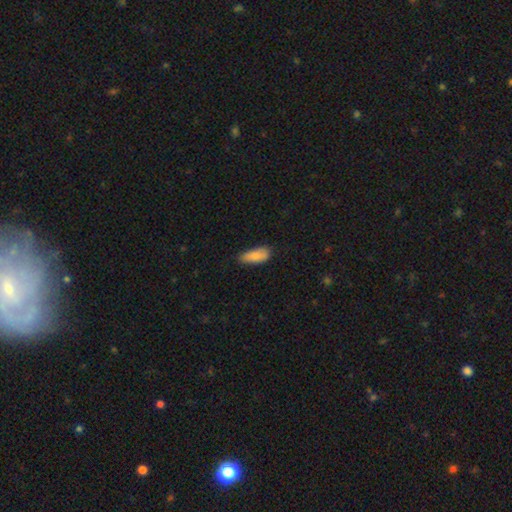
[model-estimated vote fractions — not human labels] This is clearly a smooth galaxy (83%). How rounded: likely in between (80%). Merging: likely none (67%).